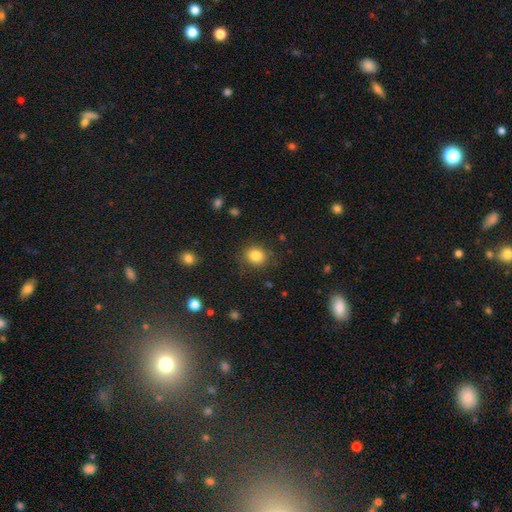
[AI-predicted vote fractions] Smooth or featured: smooth — 84% (star or artifact — 11%)
How rounded: round — 74% (in between — 26%)
Merging: none — 84% (minor disturbance — 11%)